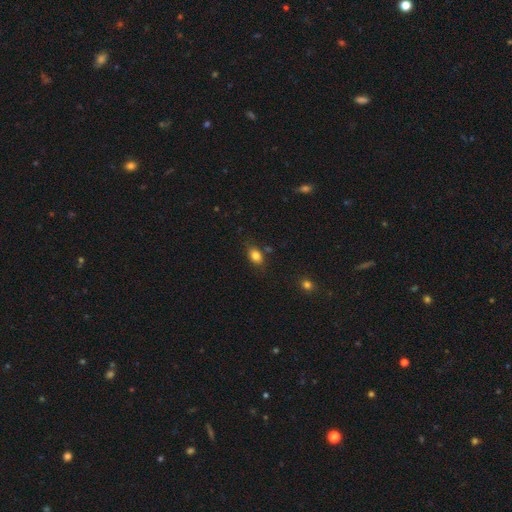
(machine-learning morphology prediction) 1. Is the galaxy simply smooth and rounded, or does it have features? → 83% smooth, 10% star or artifact, 7% featured or disk.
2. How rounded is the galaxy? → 80% in between, 18% round, 2% cigar-shaped.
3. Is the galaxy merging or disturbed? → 78% none, 14% minor disturbance, 4% merger, 3% major disturbance.